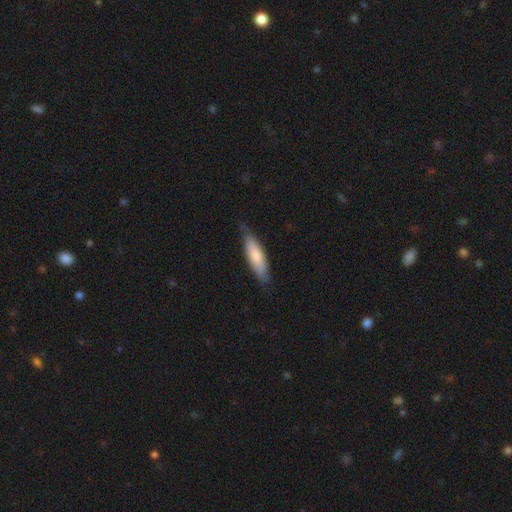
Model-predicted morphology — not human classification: This is likely a smooth galaxy (75%). How rounded: likely cigar-shaped (64%). Merging: likely none (77%).